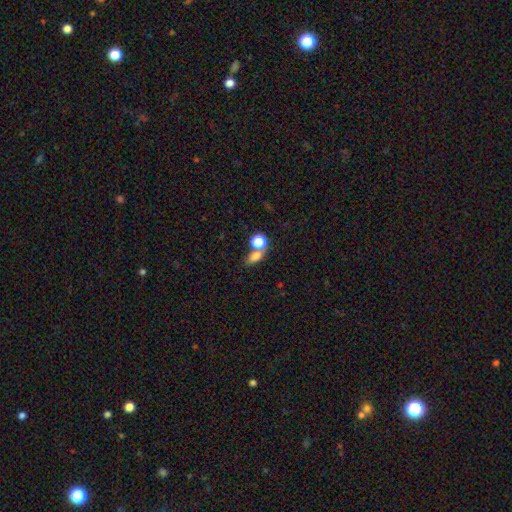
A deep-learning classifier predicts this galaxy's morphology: This is likely a smooth galaxy (76%). How rounded: likely in between (68%). Merging: marginally none (45%).